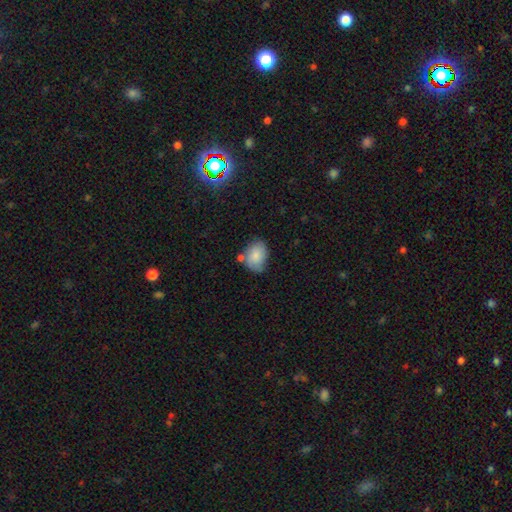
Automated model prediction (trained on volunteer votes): A smooth galaxy with no disk features (78%) that is in between round and cigar-shaped (73%).

Vote fractions:
- Smooth or featured? smooth: 78% / featured or disk: 15% / star or artifact: 7%
- How rounded? in between: 73% / round: 26% / cigar-shaped: 1%
- Merging? none: 56% / minor disturbance: 25% / merger: 12% / major disturbance: 6%